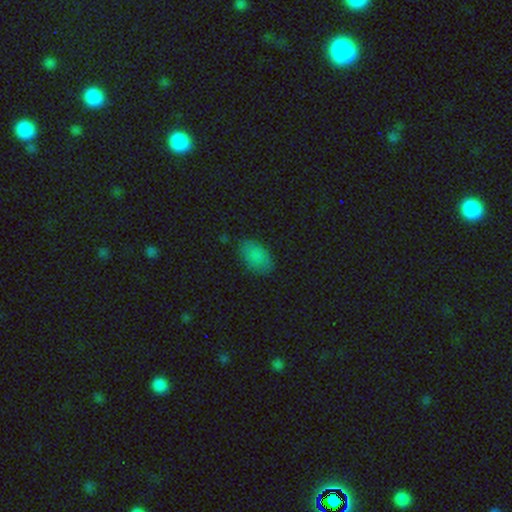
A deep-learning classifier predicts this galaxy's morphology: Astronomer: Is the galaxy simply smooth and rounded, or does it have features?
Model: smooth — 83%.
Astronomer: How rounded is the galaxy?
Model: in between — 92%.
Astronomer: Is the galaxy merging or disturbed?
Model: none — 81%.